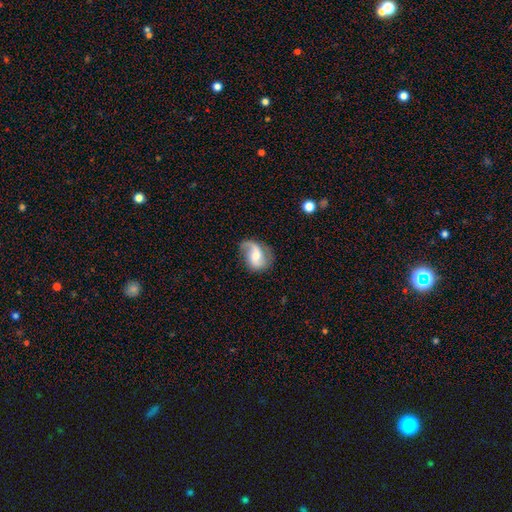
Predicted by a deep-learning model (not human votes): smooth_or_featured: featured or disk (p=0.74) [alt: smooth p=0.20]
disk_edge_on: no (p=0.97) [alt: yes p=0.03]
bar: no (p=0.47) [alt: weak p=0.40]
has_spiral_arms: yes (p=0.93) [alt: no p=0.07]
spiral_winding: loose (p=0.56) [alt: medium p=0.33]
spiral_arm_count: 2 (p=0.67) [alt: 1 p=0.26]
bulge_size: moderate (p=0.57) [alt: small p=0.35]
merging: none (p=0.60) [alt: minor disturbance p=0.24]